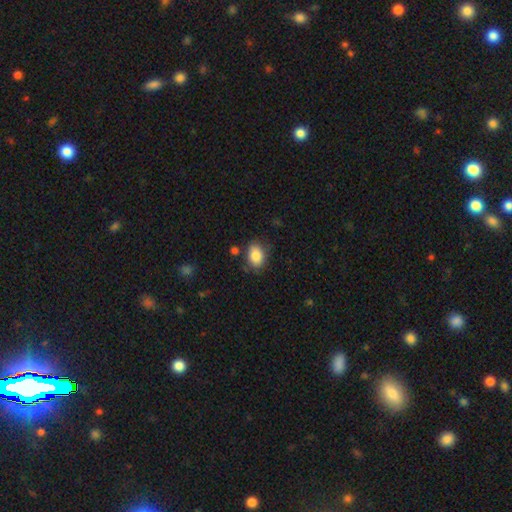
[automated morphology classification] Overall: smooth (85%). How rounded: in between (77%). Merging: none (77%).